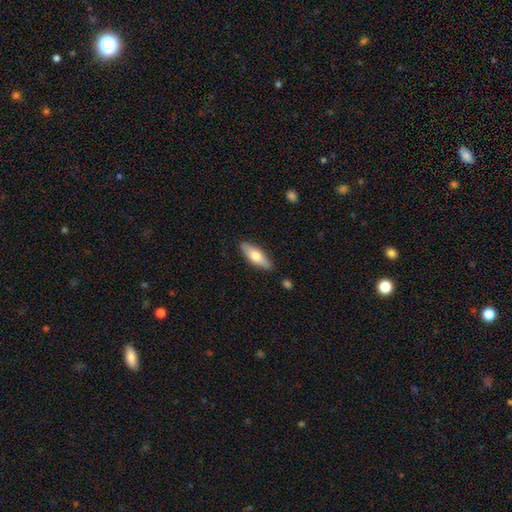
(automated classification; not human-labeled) Q: Smooth or featured?
A: smooth (65%); runner-up: featured or disk (30%)
Q: How rounded?
A: in between (56%); runner-up: cigar-shaped (42%)
Q: Merging?
A: none (86%); runner-up: minor disturbance (11%)